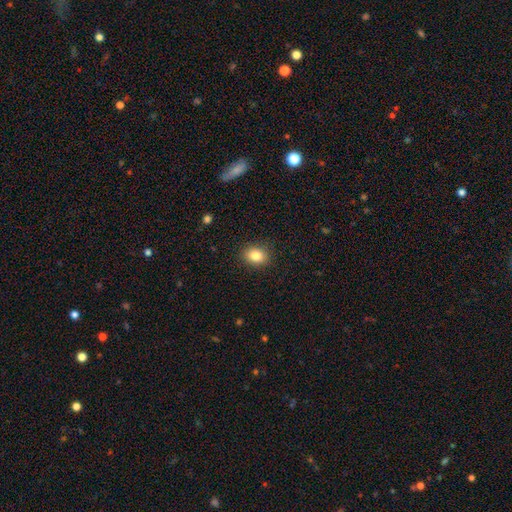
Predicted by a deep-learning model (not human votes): Smooth or featured?
  - smooth: 84% *
  - star or artifact: 10%
  - featured or disk: 7%
How rounded?
  - in between: 59% *
  - round: 40%
  - cigar-shaped: 1%
Merging?
  - none: 89% *
  - minor disturbance: 8%
  - major disturbance: 2%
  - merger: 1%